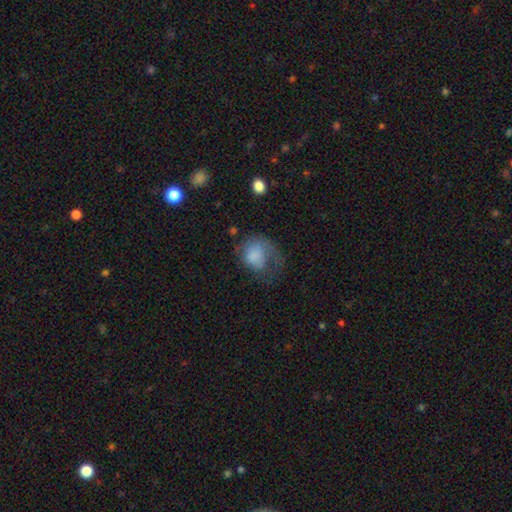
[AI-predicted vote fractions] This appears to be a smooth galaxy with no disk features (63%) that is round (52%). Merging: major disturbance (49%).